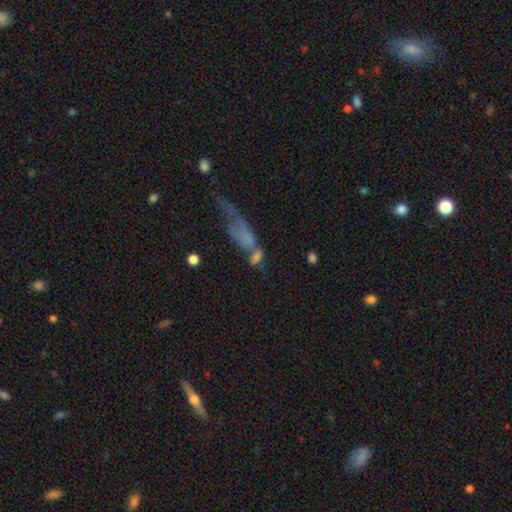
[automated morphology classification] The model was most divided on "merging": merger: 40%, major disturbance: 30%, none: 19%, minor disturbance: 12%. More confident: how rounded — in between (54%); smooth or featured — smooth (50%).